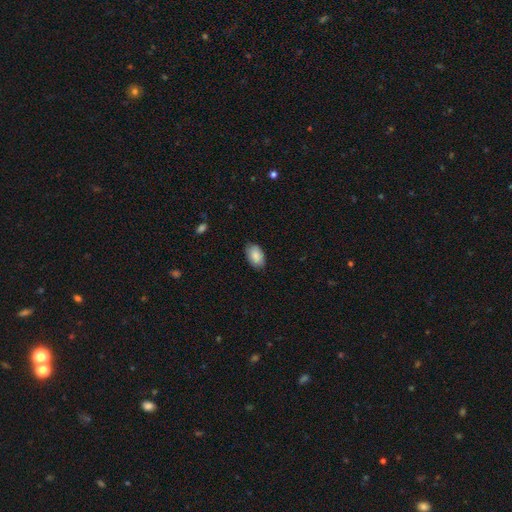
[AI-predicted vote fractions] Q: Smooth or featured?
A: smooth (86%); runner-up: featured or disk (7%)
Q: How rounded?
A: in between (94%); runner-up: round (5%)
Q: Merging?
A: none (82%); runner-up: minor disturbance (14%)